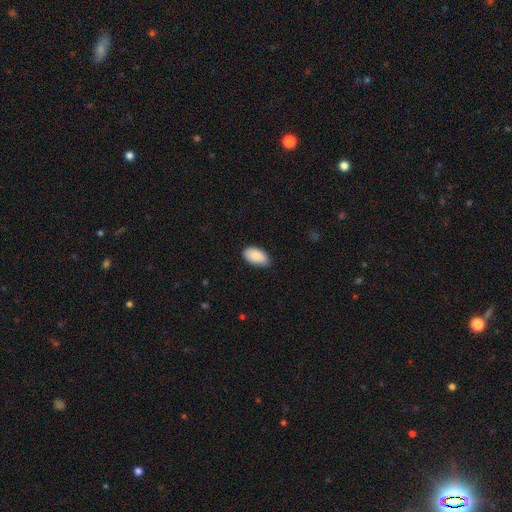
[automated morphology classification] A smooth galaxy with no disk features (86%) that is in between round and cigar-shaped (95%).

Vote fractions:
- Smooth or featured? smooth: 86% / featured or disk: 8% / star or artifact: 6%
- How rounded? in between: 95% / round: 4% / cigar-shaped: 2%
- Merging? none: 77% / minor disturbance: 19% / major disturbance: 2% / merger: 1%